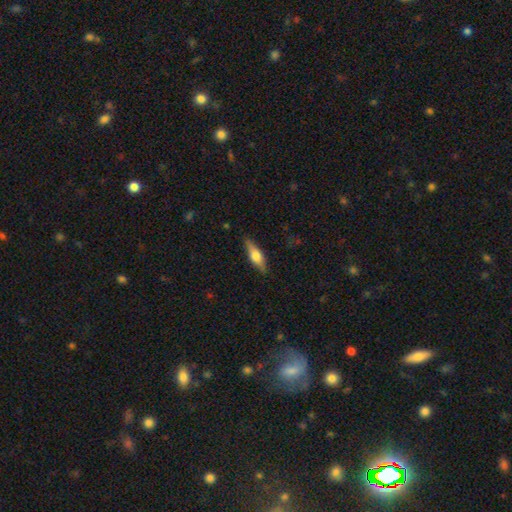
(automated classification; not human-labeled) Overall: featured or disk (52%; smooth 42%). Edge-on disk: yes (94%). Merging: none (85%).